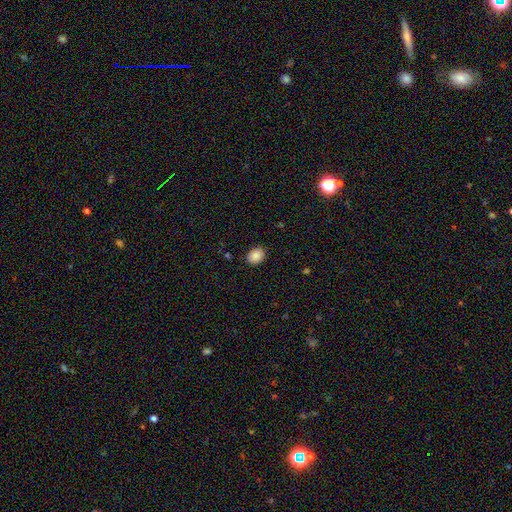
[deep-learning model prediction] Morphology: type=smooth (88%); roundness=in between (55%); merging=none (88%).